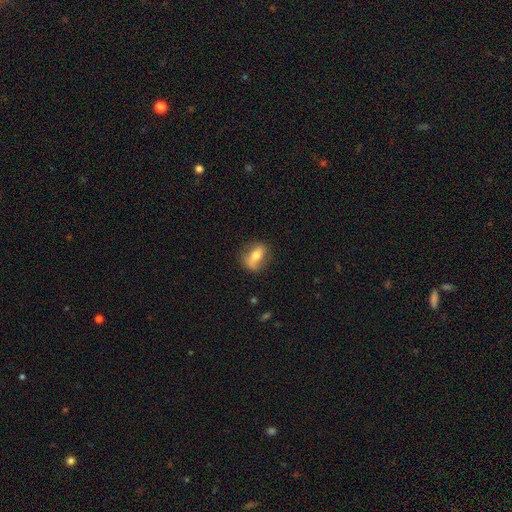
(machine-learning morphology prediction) This appears to be a smooth galaxy with no disk features (53%) that is in between round and cigar-shaped (69%). Merging: none (70%).